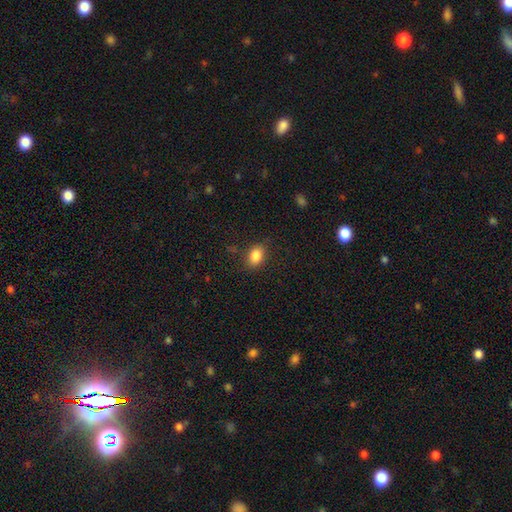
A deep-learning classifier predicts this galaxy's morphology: Smooth or featured? Predicted: smooth (p=0.85). How rounded? Predicted: in between (p=0.74). Merging? Predicted: none (p=0.81).